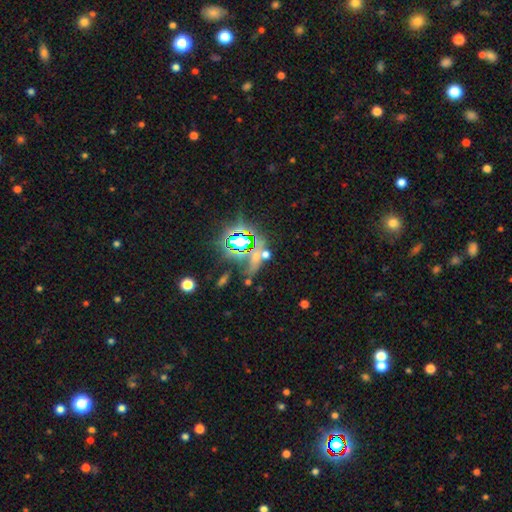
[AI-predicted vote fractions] A star or artifact, not a galaxy (68%).